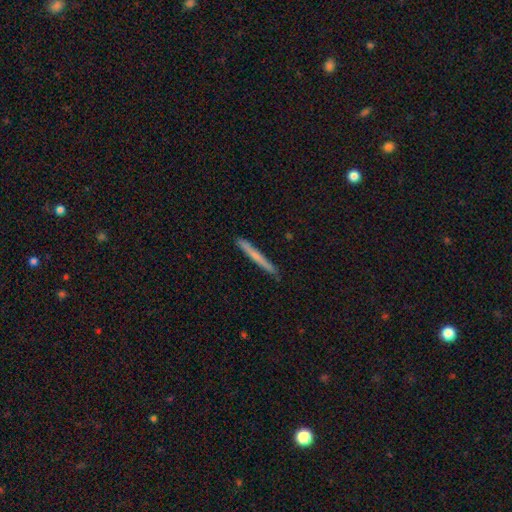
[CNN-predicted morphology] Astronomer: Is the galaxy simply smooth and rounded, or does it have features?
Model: smooth — 60%.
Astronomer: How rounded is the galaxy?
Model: cigar-shaped — 97%.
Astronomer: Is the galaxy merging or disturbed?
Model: none — 89%.